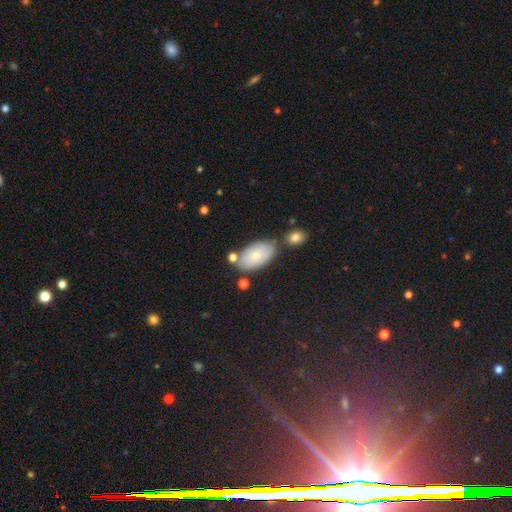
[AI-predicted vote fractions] Smooth or featured? smooth (76%)
How rounded? in between (95%)
Merging? none (67%)